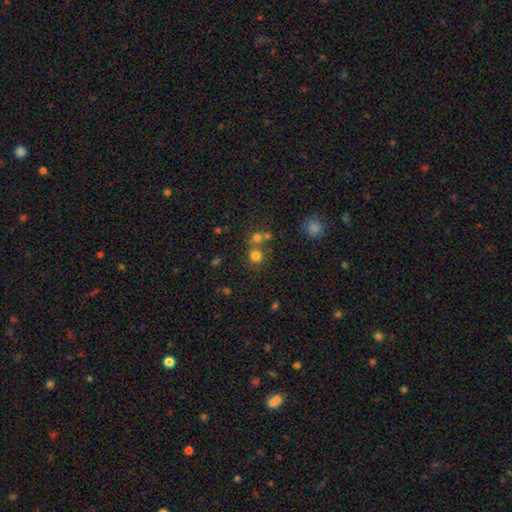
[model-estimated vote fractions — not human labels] Smooth or featured? Predicted: smooth (p=0.74). How rounded? Predicted: round (p=0.88). Merging? Predicted: none (p=0.61).